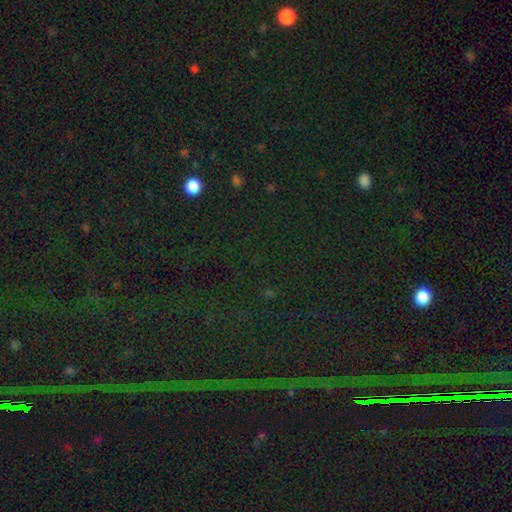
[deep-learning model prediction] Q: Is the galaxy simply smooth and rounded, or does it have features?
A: star or artifact — 84%.